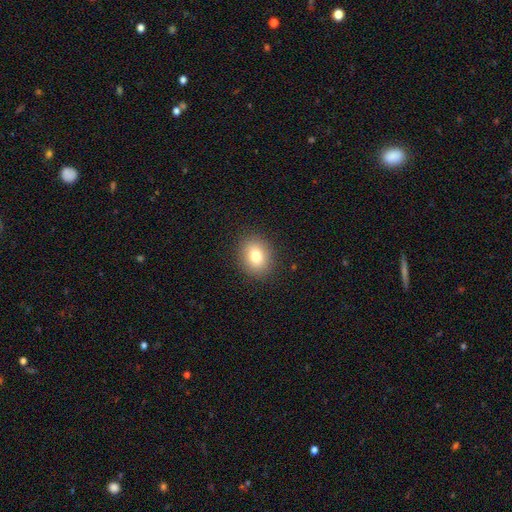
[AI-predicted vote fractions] A smooth galaxy with no disk features (79%) that is round (53%).

Vote fractions:
- Smooth or featured? smooth: 79% / star or artifact: 11% / featured or disk: 11%
- How rounded? round: 53% / in between: 46% / cigar-shaped: 1%
- Merging? none: 89% / minor disturbance: 8% / major disturbance: 3% / merger: 1%